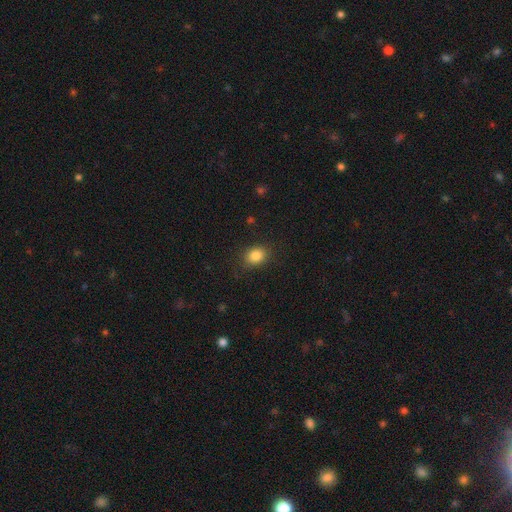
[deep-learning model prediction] The model was most divided on "how rounded": in between: 53%, round: 46%, cigar-shaped: 1%. More confident: merging — none (85%); smooth or featured — smooth (85%).